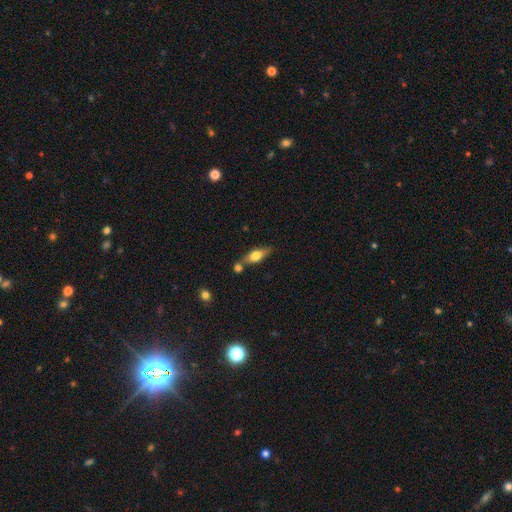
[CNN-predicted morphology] Smooth or featured: smooth — 58% (featured or disk — 35%)
How rounded: in between — 60% (cigar-shaped — 36%)
Merging: none — 60% (merger — 22%)